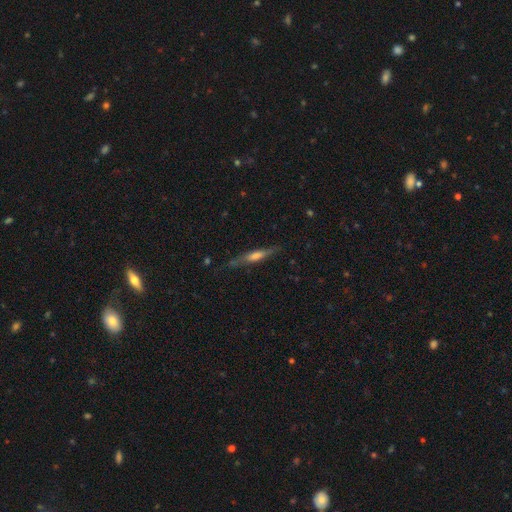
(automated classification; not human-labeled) smooth-or-featured: featured or disk: 50% | smooth: 43% | star or artifact: 7%
  disk-edge-on: yes: 89% | no: 11%
  merging: none: 74% | minor disturbance: 19% | major disturbance: 6% | merger: 2%